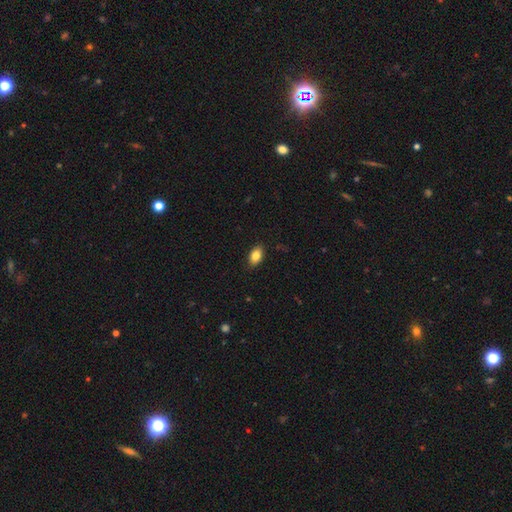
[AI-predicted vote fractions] Smooth or featured? smooth (84%)
How rounded? in between (89%)
Merging? none (87%)